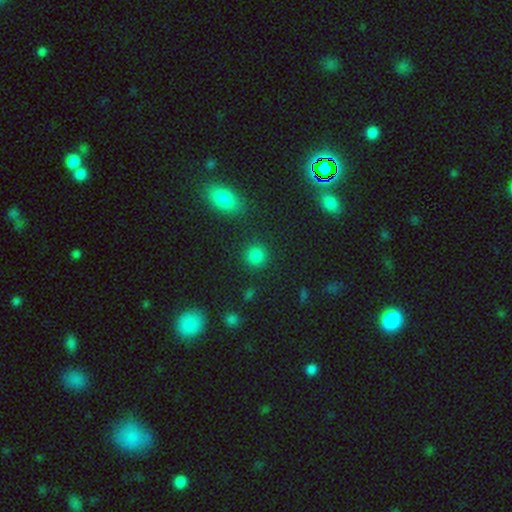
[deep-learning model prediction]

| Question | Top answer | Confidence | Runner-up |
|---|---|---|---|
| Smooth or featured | smooth | 81% | star or artifact (15%) |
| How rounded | round | 89% | in between (10%) |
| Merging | none | 87% | minor disturbance (7%) |